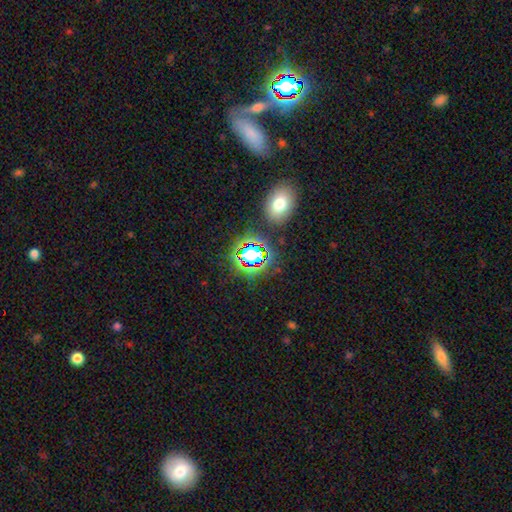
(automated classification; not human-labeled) Overall: star or artifact (63%; smooth 25%).